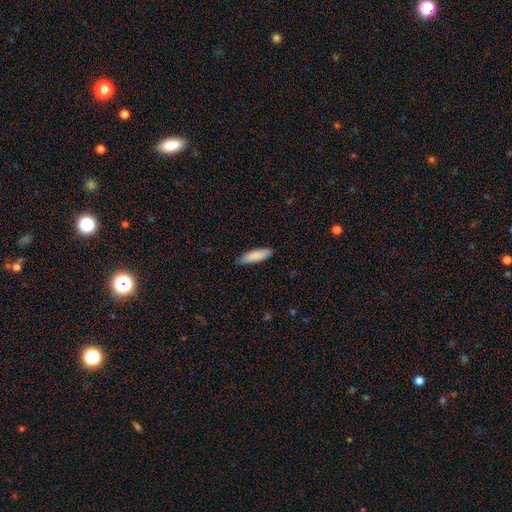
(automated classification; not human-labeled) A smooth galaxy with no disk features (85%) that is cigar-shaped (57%). Merging: none (85%).